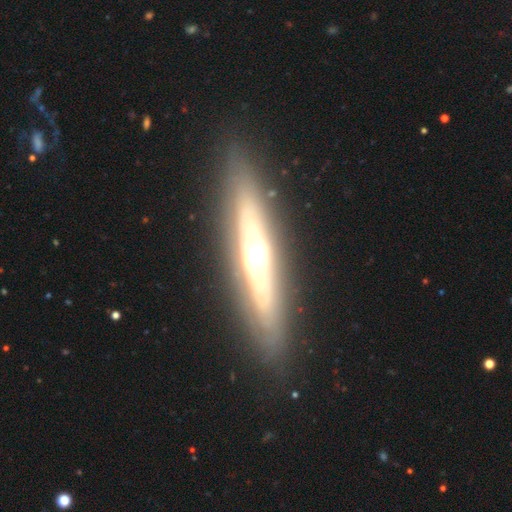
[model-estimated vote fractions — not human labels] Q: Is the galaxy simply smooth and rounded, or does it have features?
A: featured or disk — 72%.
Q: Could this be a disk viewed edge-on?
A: yes — 80%.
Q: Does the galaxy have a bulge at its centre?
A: rounded — 86%.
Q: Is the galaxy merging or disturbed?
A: none — 87%.